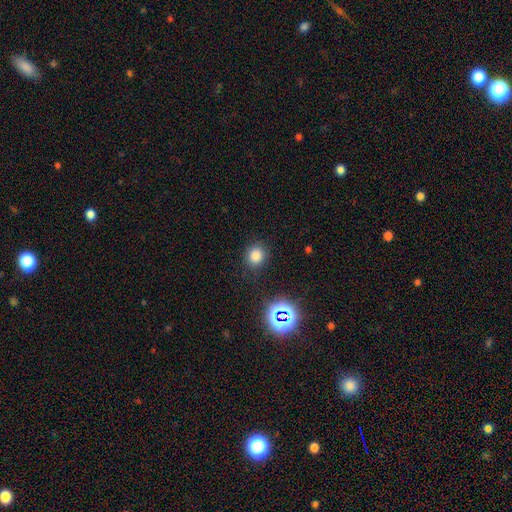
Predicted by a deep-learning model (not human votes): smooth-or-featured: smooth: 78% | star or artifact: 17% | featured or disk: 5%
  how-rounded: round: 81% | in between: 18% | cigar-shaped: 1%
  merging: none: 85% | minor disturbance: 9% | major disturbance: 3% | merger: 2%